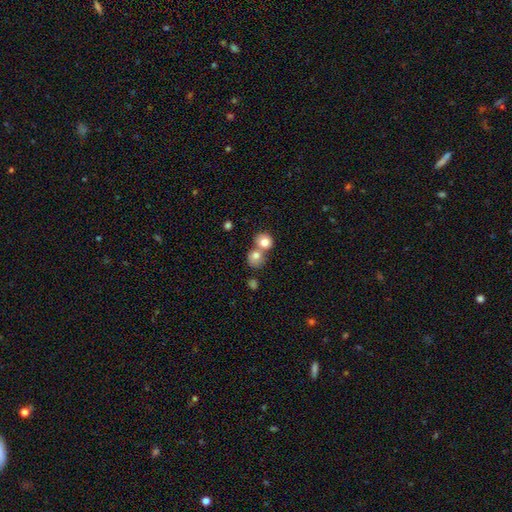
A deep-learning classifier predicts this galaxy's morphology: Smooth or featured? Predicted: smooth (p=0.79). How rounded? Predicted: round (p=0.77). Merging? Predicted: merger (p=0.57).